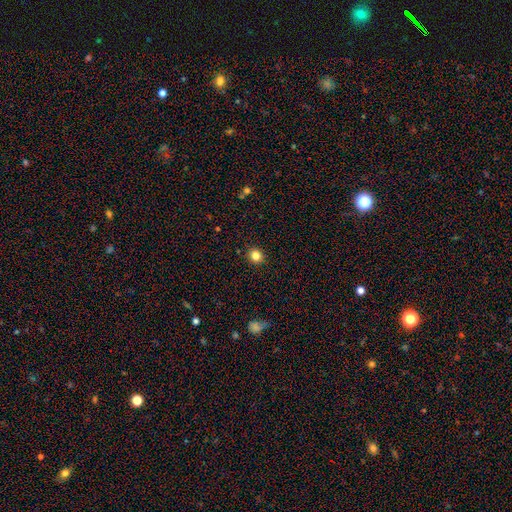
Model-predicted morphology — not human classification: type=smooth (83%); roundness=round (84%); merging=none (91%).